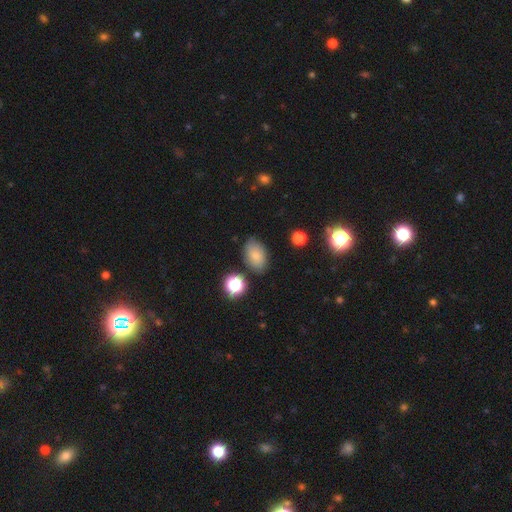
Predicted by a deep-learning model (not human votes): smooth_or_featured: smooth (p=0.78) [alt: star or artifact p=0.11]
how_rounded: in between (p=0.88) [alt: round p=0.11]
merging: none (p=0.79) [alt: minor disturbance p=0.14]